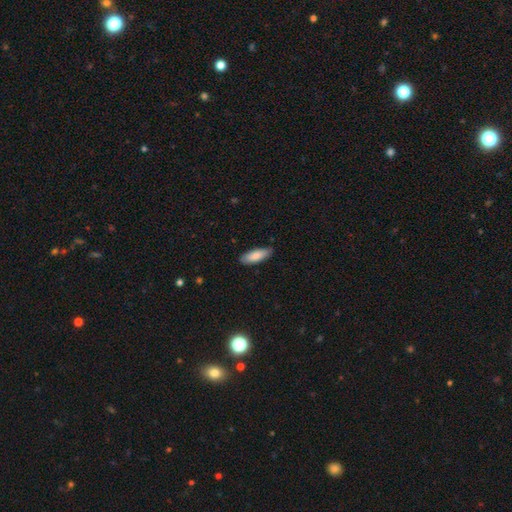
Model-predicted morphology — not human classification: This appears to be a smooth galaxy with no disk features (84%) that is in between round and cigar-shaped (66%). Merging: none (83%).